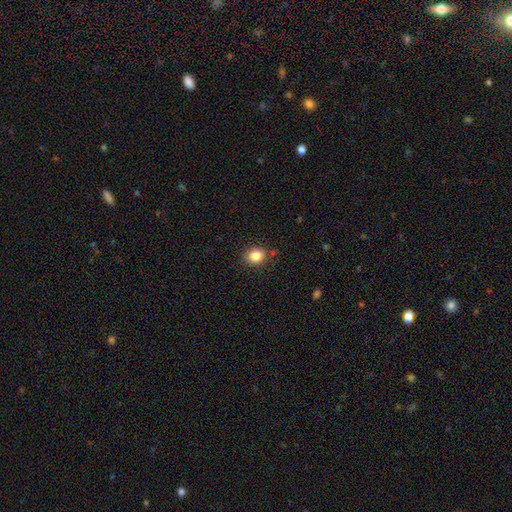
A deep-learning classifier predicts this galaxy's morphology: Q: Smooth or featured?
A: smooth (84%); runner-up: star or artifact (10%)
Q: How rounded?
A: round (59%); runner-up: in between (40%)
Q: Merging?
A: none (82%); runner-up: minor disturbance (13%)